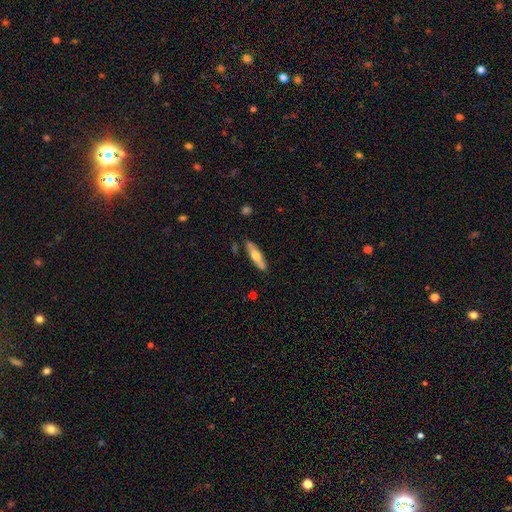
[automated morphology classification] This is possibly a smooth galaxy (50%). How rounded: likely cigar-shaped (70%). Merging: clearly none (84%).